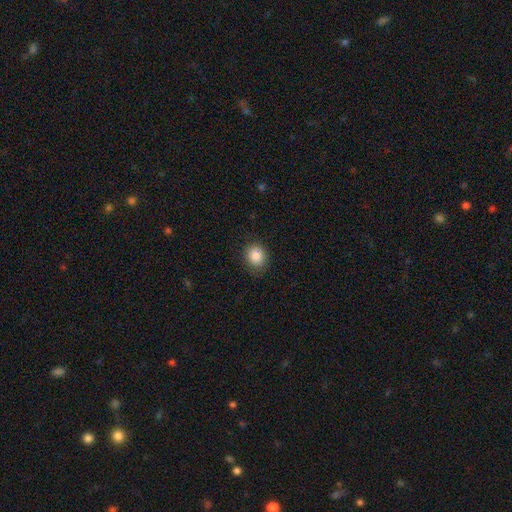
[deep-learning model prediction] A smooth galaxy with no disk features (86%) that is round (65%). Merging: none (80%).